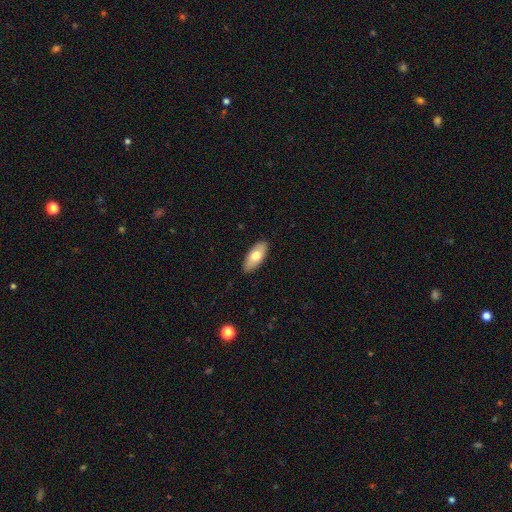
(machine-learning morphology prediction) smooth-or-featured: smooth: 71% | featured or disk: 23% | star or artifact: 6%
  how-rounded: in between: 89% | cigar-shaped: 9% | round: 2%
  merging: none: 89% | minor disturbance: 9% | major disturbance: 2% | merger: 1%